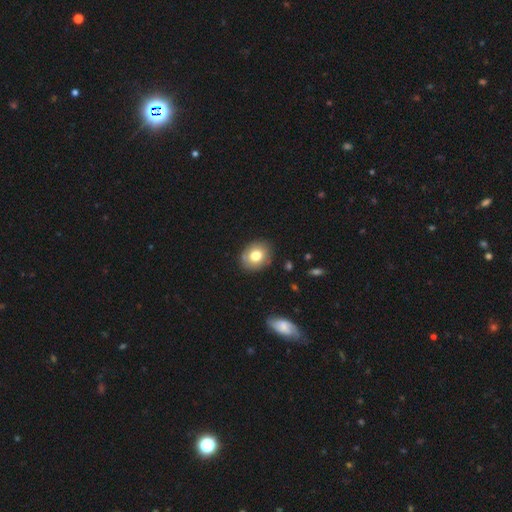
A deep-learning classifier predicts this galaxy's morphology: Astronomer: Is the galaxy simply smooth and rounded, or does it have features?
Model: smooth — 75%.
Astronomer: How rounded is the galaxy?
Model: round — 51% (runner-up: in between, 48%).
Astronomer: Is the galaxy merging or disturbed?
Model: none — 84%.